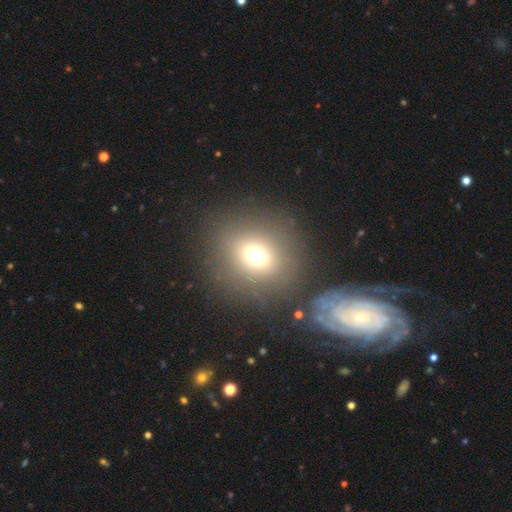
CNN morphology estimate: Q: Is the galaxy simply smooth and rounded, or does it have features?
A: smooth — 69%.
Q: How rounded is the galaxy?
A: round — 78%.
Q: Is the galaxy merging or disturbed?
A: none — 79%.